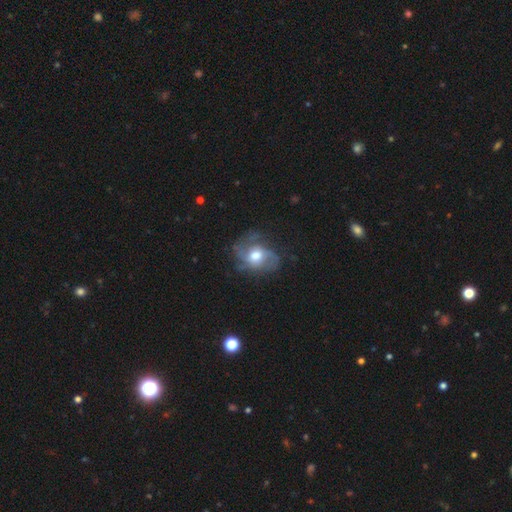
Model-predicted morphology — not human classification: Smooth or featured: featured or disk — 66% (smooth — 26%)
Edge-on disk: no — 97% (yes — 3%)
Bar: no — 69% (weak — 26%)
Spiral arms: yes — 82% (no — 18%)
Spiral winding: medium — 43% (loose — 36%)
Spiral arm count: 2 — 40% (can't tell — 25%)
Bulge size: moderate — 64% (large — 26%)
Merging: none — 54% (minor disturbance — 24%)